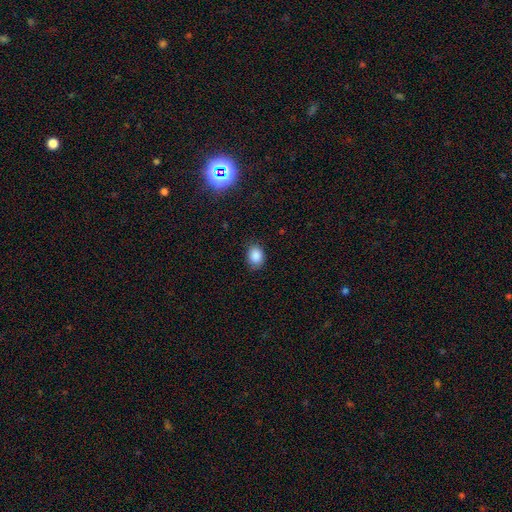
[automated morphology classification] Smooth or featured? Predicted: smooth (p=0.87). How rounded? Predicted: in between (p=0.64). Merging? Predicted: none (p=0.81).